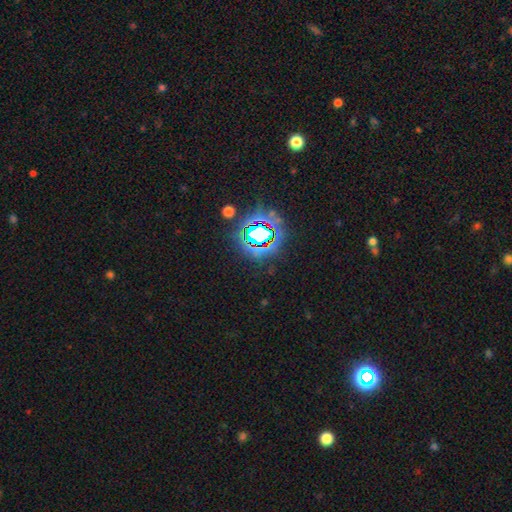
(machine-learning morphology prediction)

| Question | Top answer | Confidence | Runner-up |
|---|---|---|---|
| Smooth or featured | star or artifact | 82% | smooth (11%) |